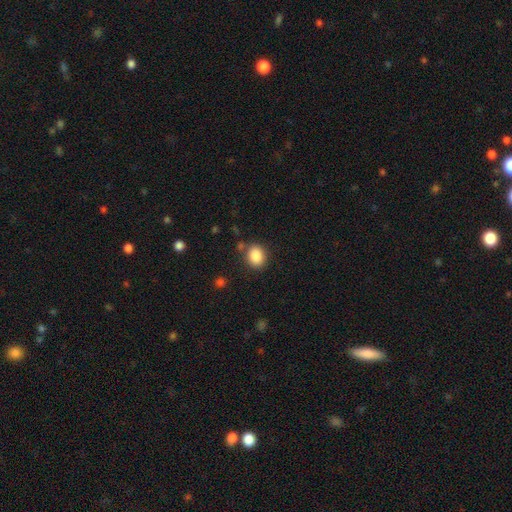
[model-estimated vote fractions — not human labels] The model was most divided on "how rounded": in between: 52%, round: 47%, cigar-shaped: 1%. More confident: smooth or featured — smooth (88%); merging — none (80%).